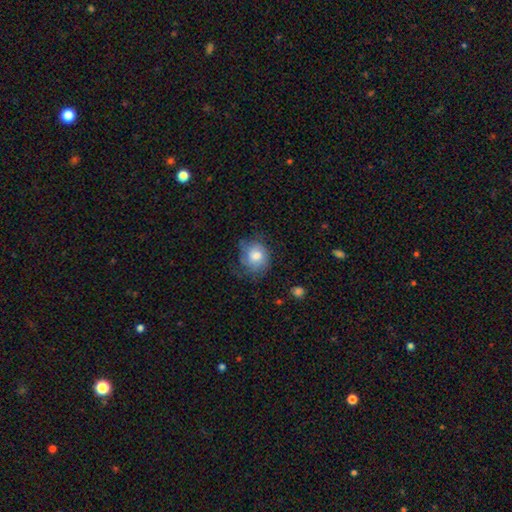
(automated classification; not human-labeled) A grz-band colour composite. It shows a smooth galaxy with no disk features (62%) that is round (68%). Merging: none (54%).